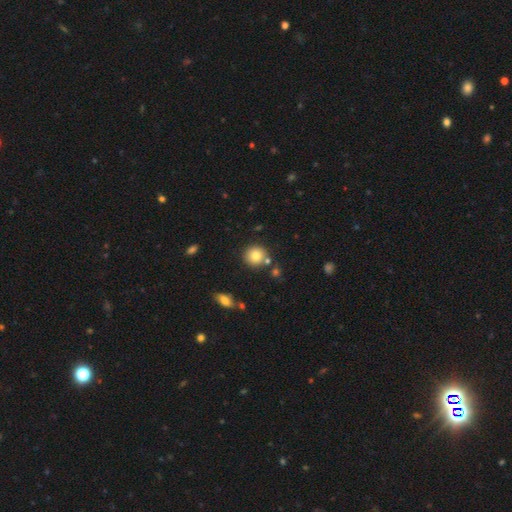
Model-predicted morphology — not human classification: This appears to be a smooth galaxy with no disk features (81%) that is round (91%). Merging: none (78%).